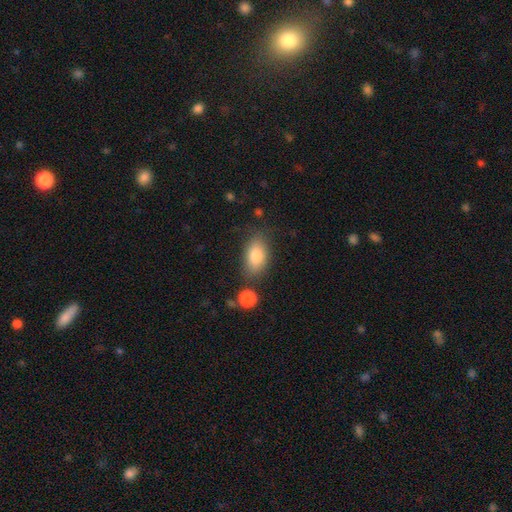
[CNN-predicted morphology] Overall: smooth (82%). How rounded: in between (89%). Merging: none (76%).